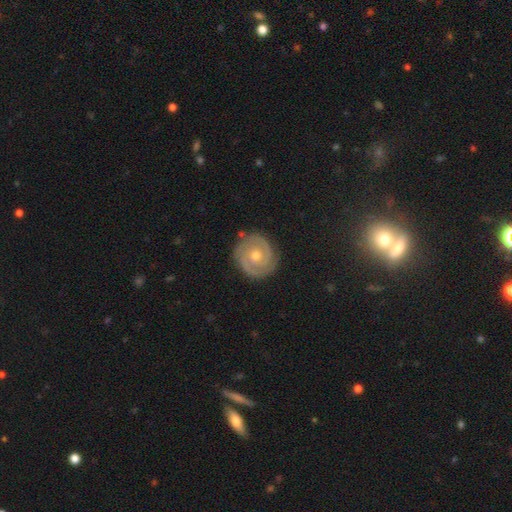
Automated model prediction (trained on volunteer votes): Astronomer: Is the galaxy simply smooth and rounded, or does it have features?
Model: featured or disk — 85%.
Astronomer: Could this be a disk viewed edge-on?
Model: no — 98%.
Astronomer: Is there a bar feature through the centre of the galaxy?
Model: no — 72%.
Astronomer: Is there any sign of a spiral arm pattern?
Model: yes — 95%.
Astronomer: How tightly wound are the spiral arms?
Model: tight — 75%.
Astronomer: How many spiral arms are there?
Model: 2 — 81%.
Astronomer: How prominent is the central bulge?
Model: moderate — 65%.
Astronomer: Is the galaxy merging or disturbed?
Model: none — 86%.